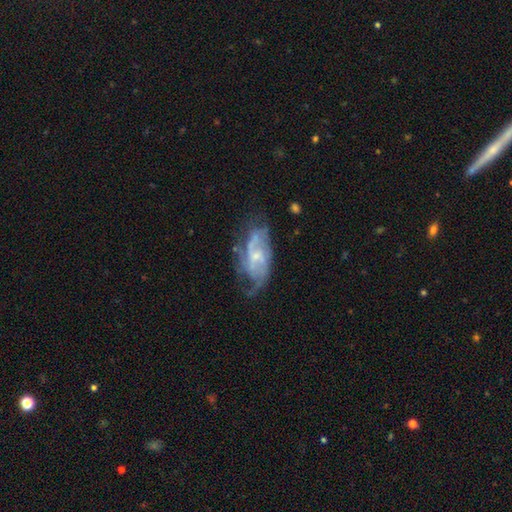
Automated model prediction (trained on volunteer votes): Smooth or featured?
  - featured or disk: 76% *
  - smooth: 16%
  - star or artifact: 8%
Edge-on disk?
  - no: 95% *
  - yes: 5%
Bar?
  - no: 52% *
  - weak: 40%
  - strong: 8%
Spiral arms?
  - yes: 82% *
  - no: 18%
Spiral winding?
  - medium: 43% *
  - tight: 29%
  - loose: 28%
Spiral arm count?
  - can't tell: 37% *
  - 2: 35%
  - 3: 14%
  - 1: 5%
  - 4: 5%
  - more than 4: 3%
Bulge size?
  - small: 60% *
  - moderate: 28%
  - none: 10%
  - large: 2%
  - dominant: 1%
Merging?
  - none: 48% *
  - minor disturbance: 26%
  - major disturbance: 23%
  - merger: 3%